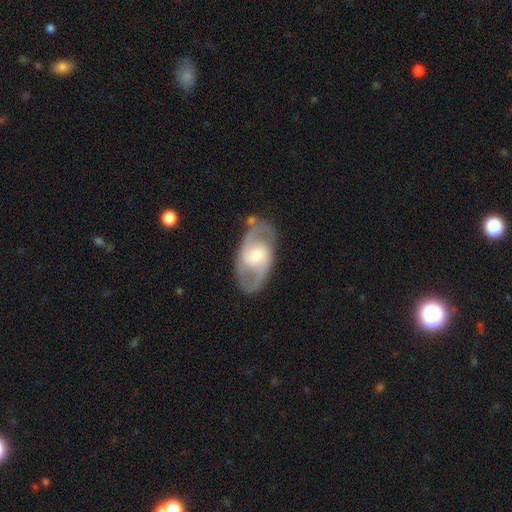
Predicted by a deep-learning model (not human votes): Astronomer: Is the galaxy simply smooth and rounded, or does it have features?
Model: featured or disk — 81%.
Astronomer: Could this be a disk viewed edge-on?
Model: no — 94%.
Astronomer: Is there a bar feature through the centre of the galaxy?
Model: no — 44% (runner-up: weak, 43%).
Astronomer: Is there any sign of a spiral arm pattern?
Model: yes — 89%.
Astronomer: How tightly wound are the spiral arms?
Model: medium — 53%.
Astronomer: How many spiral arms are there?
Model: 2 — 86%.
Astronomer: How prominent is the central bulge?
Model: moderate — 59%.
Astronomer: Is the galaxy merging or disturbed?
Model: none — 78%.